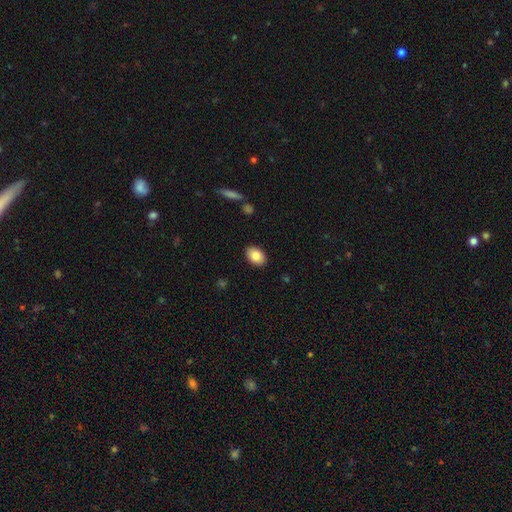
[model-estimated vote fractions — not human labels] Q: Smooth or featured?
A: smooth (85%); runner-up: featured or disk (7%)
Q: How rounded?
A: in between (85%); runner-up: round (14%)
Q: Merging?
A: none (89%); runner-up: minor disturbance (8%)